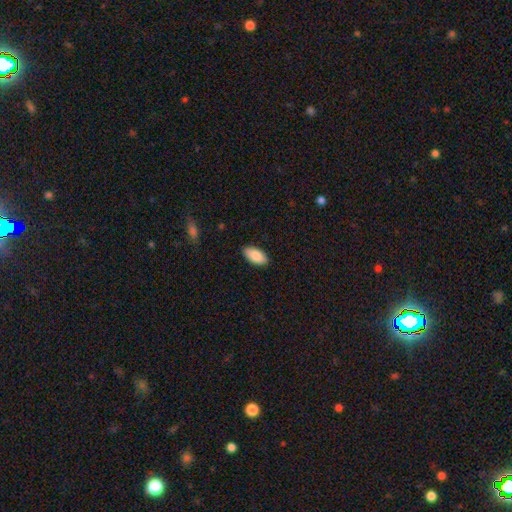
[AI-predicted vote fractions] Morphology: type=smooth (88%); roundness=in between (94%); merging=none (87%).